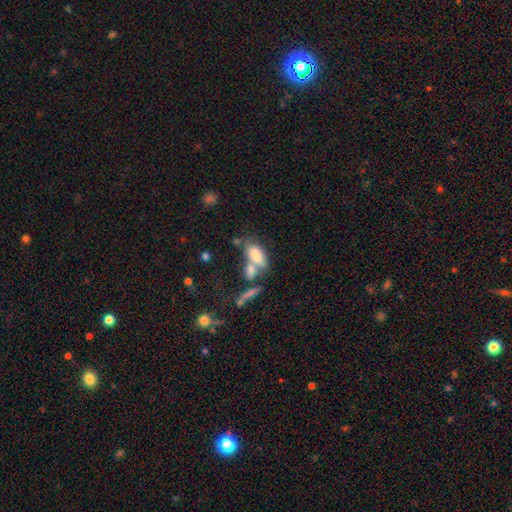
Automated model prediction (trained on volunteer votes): Smooth or featured? Predicted: smooth (p=0.78). How rounded? Predicted: in between (p=0.86). Merging? Predicted: merger (p=0.48).